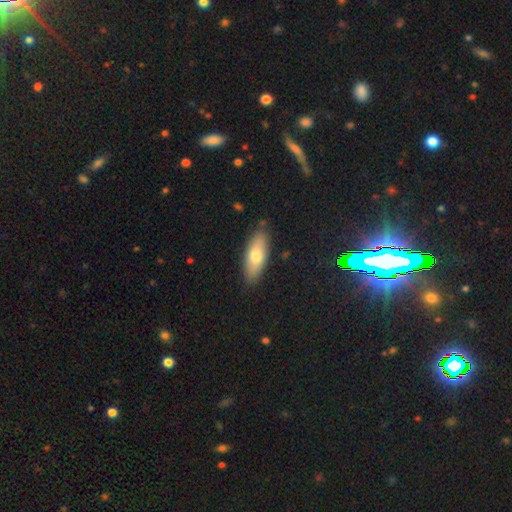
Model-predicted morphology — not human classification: smooth-or-featured: smooth: 72% | featured or disk: 22% | star or artifact: 6%
  how-rounded: in between: 73% | cigar-shaped: 25% | round: 3%
  merging: none: 85% | minor disturbance: 11% | major disturbance: 2% | merger: 2%